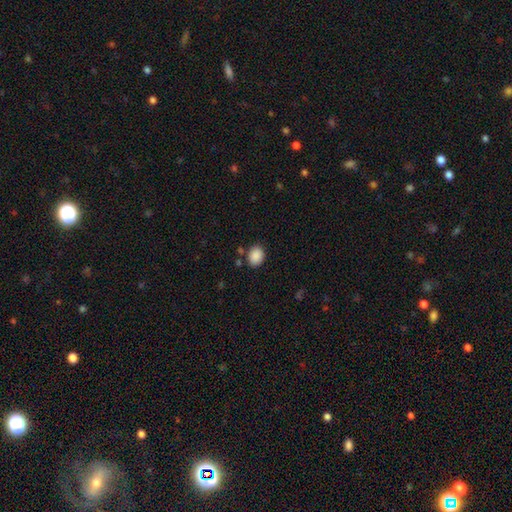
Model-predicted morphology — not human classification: The model was most divided on "how rounded": in between: 61%, round: 38%, cigar-shaped: 1%. More confident: smooth or featured — smooth (89%); merging — none (83%).